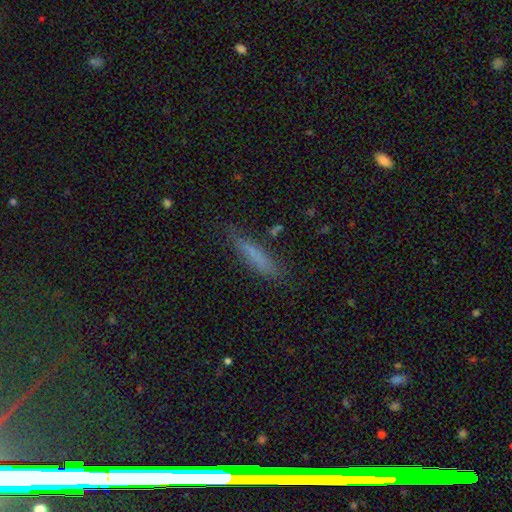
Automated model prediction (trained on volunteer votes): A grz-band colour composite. It shows a smooth galaxy with no disk features (71%) that is cigar-shaped (86%). Merging: none (77%).